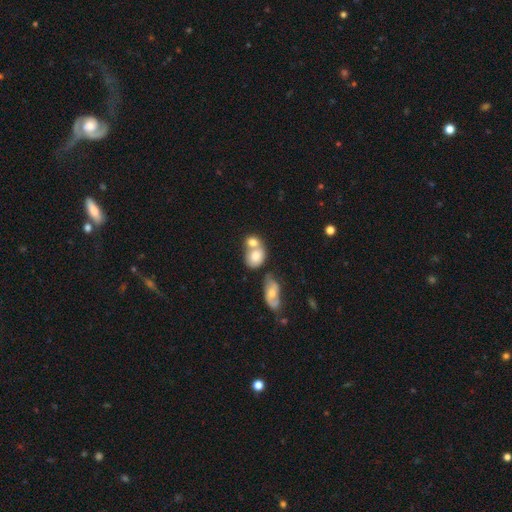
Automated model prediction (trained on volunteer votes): A smooth galaxy with no disk features (74%) that is in between round and cigar-shaped (55%).

Vote fractions:
- Smooth or featured? smooth: 74% / featured or disk: 18% / star or artifact: 8%
- How rounded? in between: 55% / round: 44% / cigar-shaped: 2%
- Merging? merger: 61% / none: 25% / minor disturbance: 9% / major disturbance: 5%